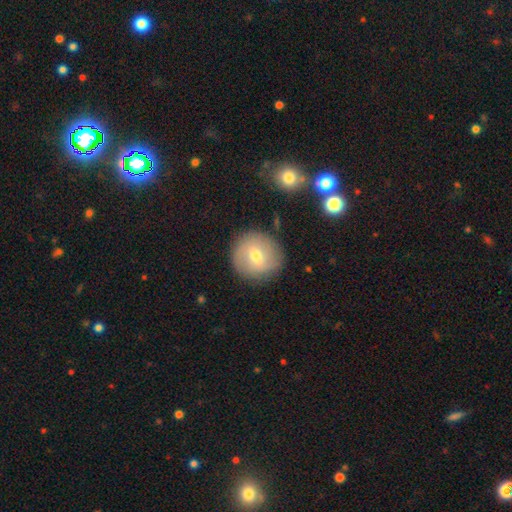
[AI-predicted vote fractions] Smooth or featured?
  - smooth: 60% *
  - featured or disk: 31%
  - star or artifact: 9%
How rounded?
  - round: 92% *
  - in between: 7%
  - cigar-shaped: 1%
Merging?
  - none: 84% *
  - minor disturbance: 10%
  - major disturbance: 3%
  - merger: 2%